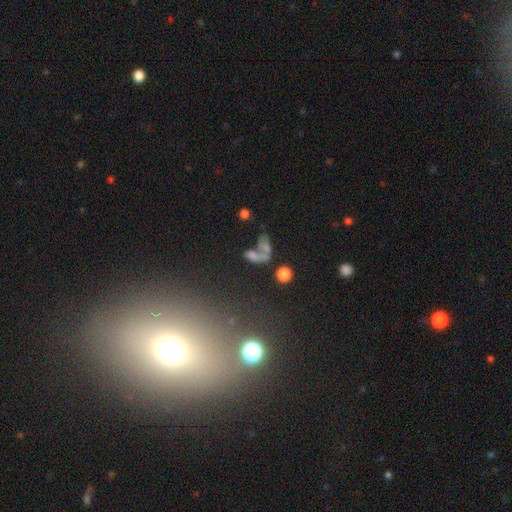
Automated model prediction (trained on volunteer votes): The model was most divided on "smooth or featured": smooth: 49%, featured or disk: 31%, star or artifact: 20%. Remaining: merging — merger (46%).